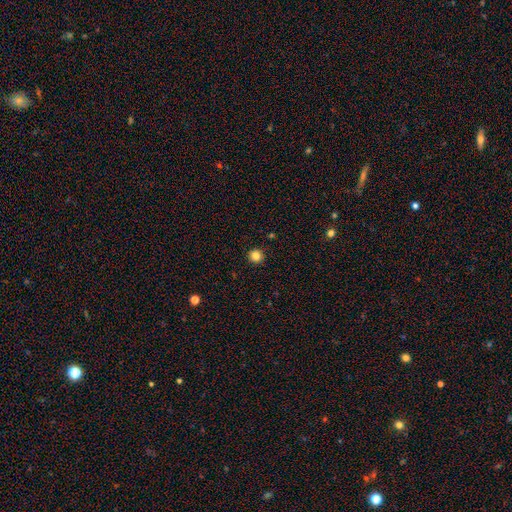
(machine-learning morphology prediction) The model was most divided on "smooth or featured": smooth: 84%, star or artifact: 12%, featured or disk: 4%. More confident: how rounded — round (95%); merging — none (93%).